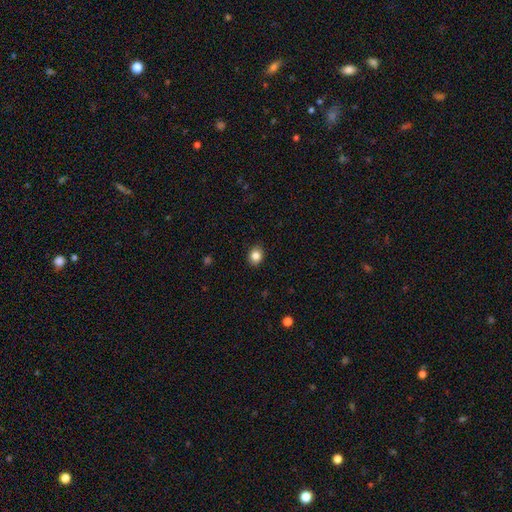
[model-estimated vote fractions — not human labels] Smooth or featured?
  - smooth: 84% *
  - star or artifact: 10%
  - featured or disk: 6%
How rounded?
  - round: 58% *
  - in between: 41%
  - cigar-shaped: 1%
Merging?
  - none: 89% *
  - minor disturbance: 8%
  - major disturbance: 2%
  - merger: 1%